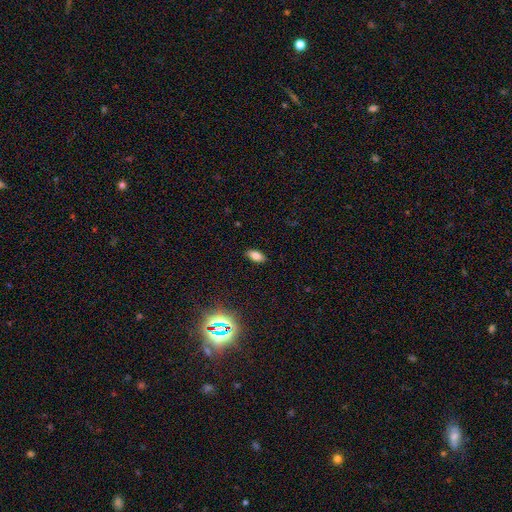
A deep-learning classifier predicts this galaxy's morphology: Smooth or featured?
  - smooth: 78% *
  - star or artifact: 12%
  - featured or disk: 10%
How rounded?
  - in between: 89% *
  - cigar-shaped: 7%
  - round: 4%
Merging?
  - none: 88% *
  - minor disturbance: 9%
  - major disturbance: 2%
  - merger: 1%